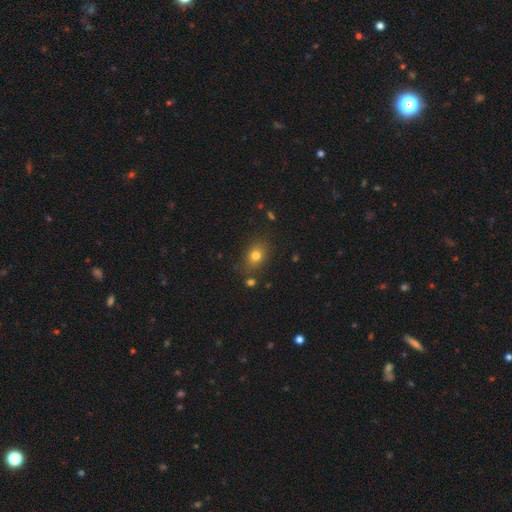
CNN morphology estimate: type=smooth (78%); roundness=in between (57%); merging=none (80%).